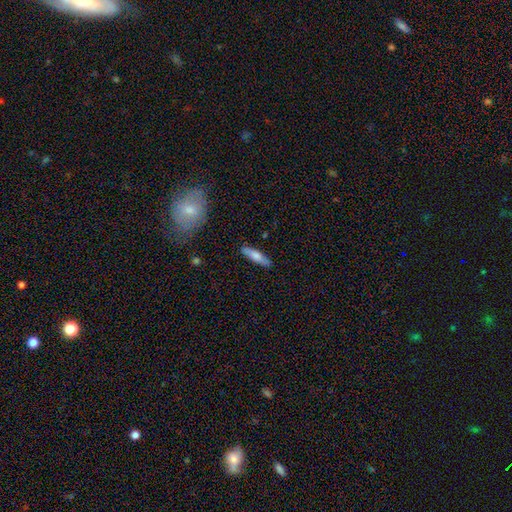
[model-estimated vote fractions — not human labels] This appears to be a smooth galaxy with no disk features (72%) that is cigar-shaped (69%). Merging: none (87%).